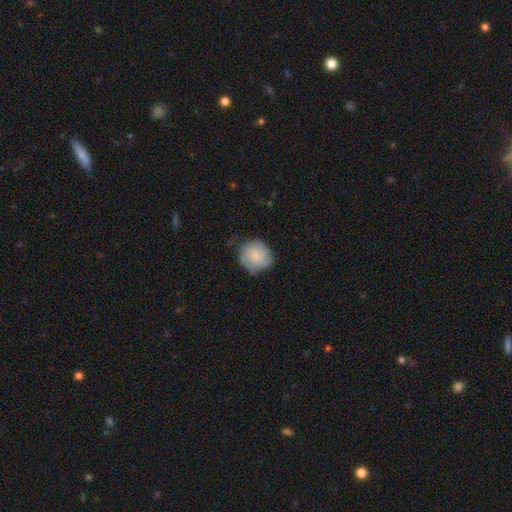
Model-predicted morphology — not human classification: This is likely a smooth galaxy (67%). How rounded: clearly round (85%). Merging: likely none (66%).